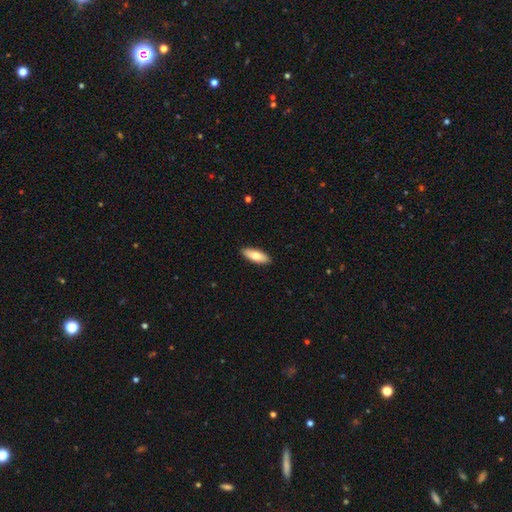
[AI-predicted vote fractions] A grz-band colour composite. It shows a smooth galaxy with no disk features (77%) that is in between round and cigar-shaped (67%). Merging: none (90%).